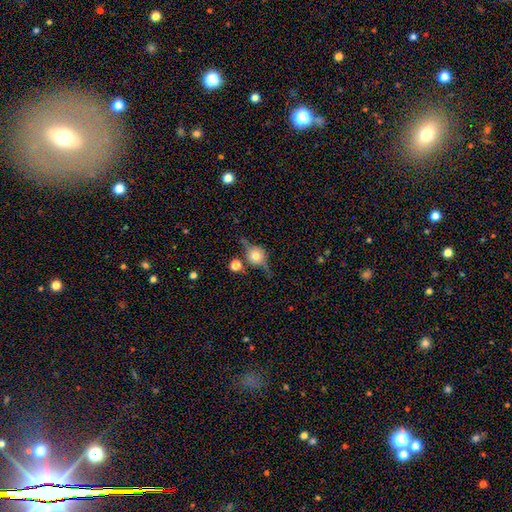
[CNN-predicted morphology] featured or disk 65%, smooth 25%, star or artifact 10%. Down the decision tree: edge-on disk — yes (88%); edge-on bulge — rounded (93%); merging — none (70%).